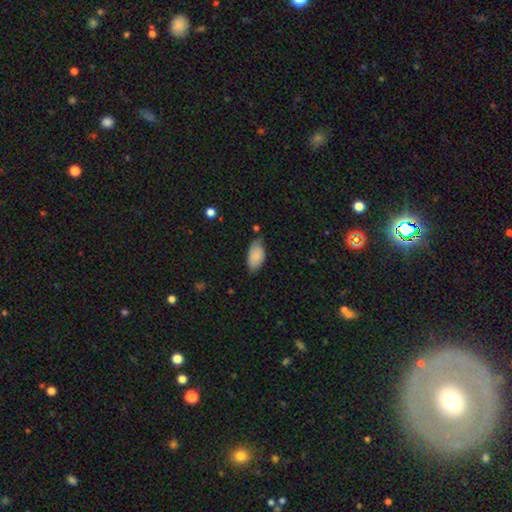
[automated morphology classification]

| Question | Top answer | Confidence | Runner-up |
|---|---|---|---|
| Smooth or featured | smooth | 85% | featured or disk (9%) |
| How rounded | in between | 94% | cigar-shaped (3%) |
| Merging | none | 65% | minor disturbance (28%) |